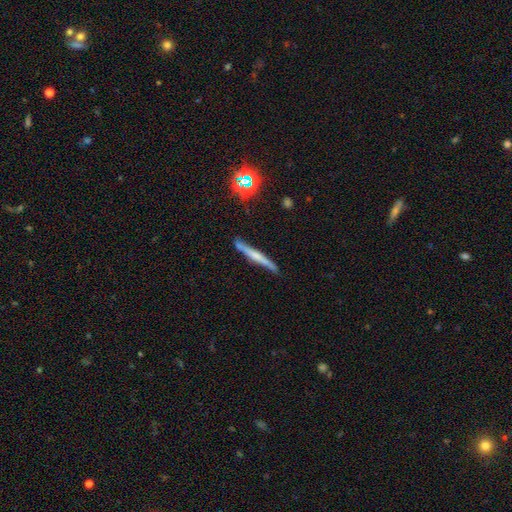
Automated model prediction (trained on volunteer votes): Overall: featured or disk (53%; smooth 37%). Edge-on disk: yes (95%). Edge-on bulge: rounded (40%; none 39%). Merging: none (81%).